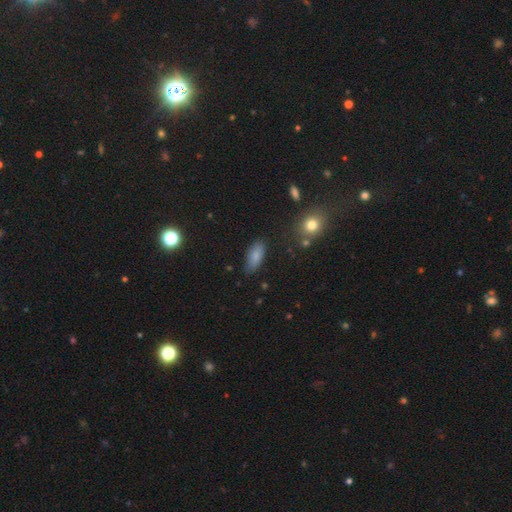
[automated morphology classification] Smooth or featured: smooth — 82% (featured or disk — 10%)
How rounded: in between — 86% (cigar-shaped — 12%)
Merging: none — 75% (minor disturbance — 19%)